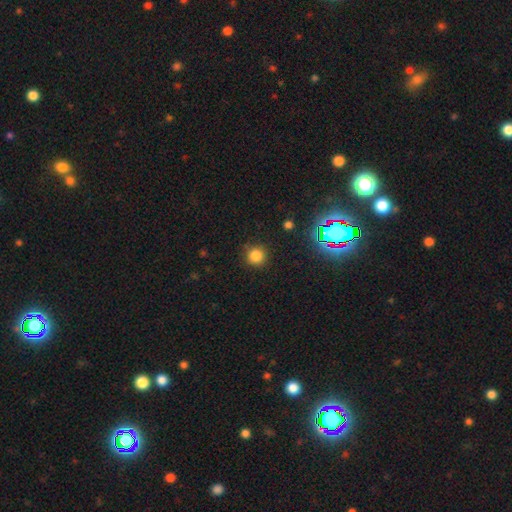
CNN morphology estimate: Smooth or featured? Predicted: smooth (p=0.80). How rounded? Predicted: round (p=0.94). Merging? Predicted: none (p=0.88).